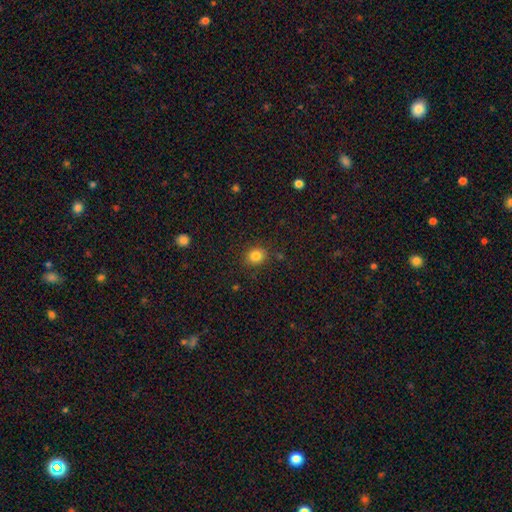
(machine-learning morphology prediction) This appears to be a smooth galaxy with no disk features (83%) that is round (77%). Merging: none (86%).